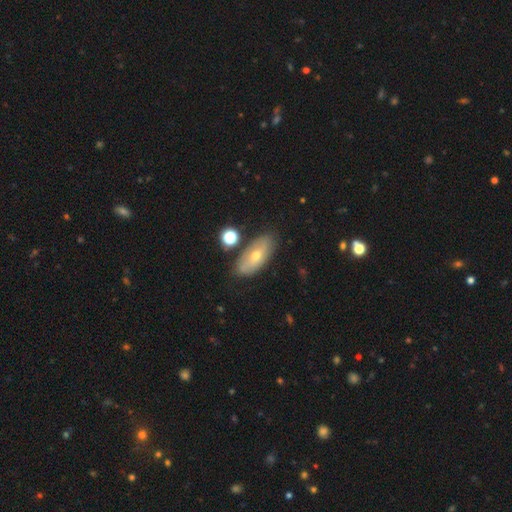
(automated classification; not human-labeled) This is possibly a smooth galaxy (50%). How rounded: clearly in between (83%). Merging: likely none (75%).